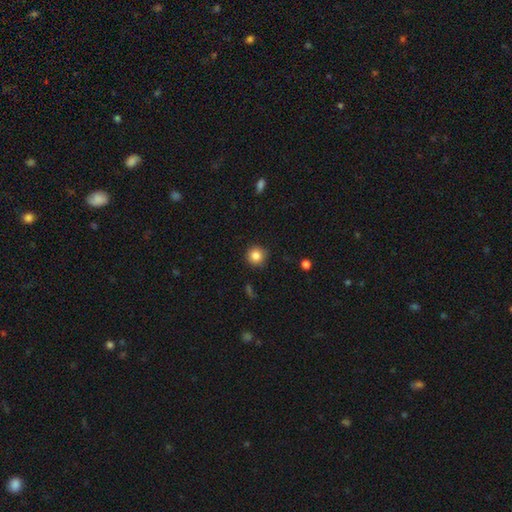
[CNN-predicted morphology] The model was most divided on "smooth or featured": smooth: 84%, star or artifact: 11%, featured or disk: 5%. More confident: how rounded — round (94%); merging — none (89%).